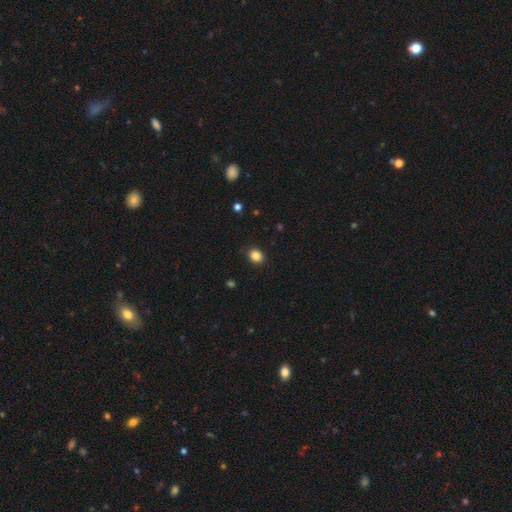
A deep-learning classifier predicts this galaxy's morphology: Smooth or featured: smooth — 86% (star or artifact — 11%)
How rounded: round — 60% (in between — 39%)
Merging: none — 88% (minor disturbance — 8%)